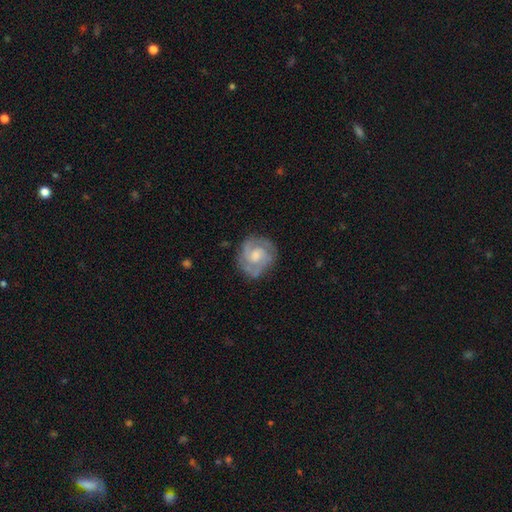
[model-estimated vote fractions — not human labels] Smooth or featured? Predicted: featured or disk (p=0.81). Edge-on disk? Predicted: no (p=0.98). Bar? Predicted: no (p=0.55). Spiral arms? Predicted: yes (p=0.94). Spiral winding? Predicted: tight (p=0.54). Spiral arm count? Predicted: 2 (p=0.60). Bulge size? Predicted: moderate (p=0.46). Merging? Predicted: none (p=0.75).